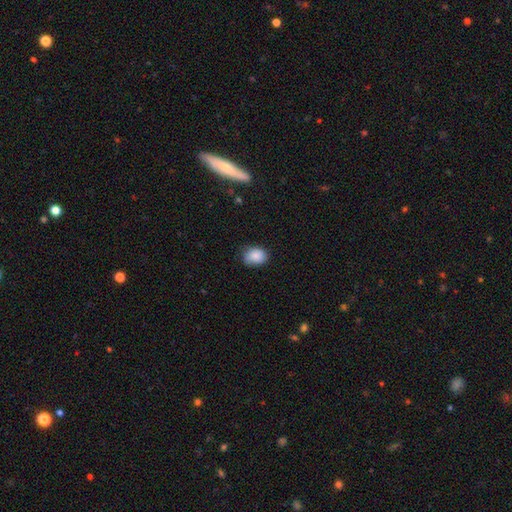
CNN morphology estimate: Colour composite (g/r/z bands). It shows a smooth galaxy with no disk features (86%) that is in between round and cigar-shaped (59%). Merging: none (70%).